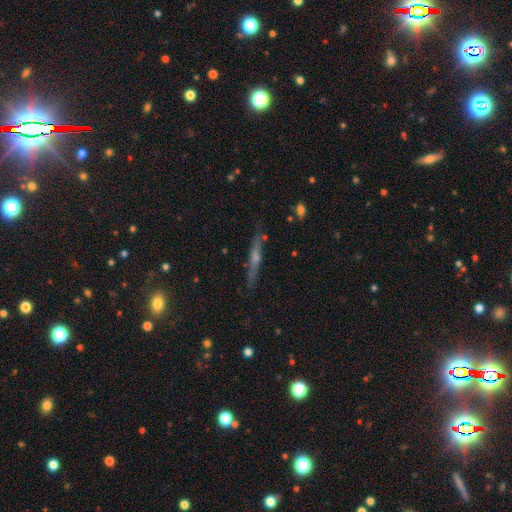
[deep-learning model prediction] Q: Smooth or featured?
A: featured or disk (63%); runner-up: smooth (28%)
Q: Edge-on disk?
A: yes (94%); runner-up: no (6%)
Q: Edge-on bulge?
A: rounded (66%); runner-up: none (26%)
Q: Merging?
A: none (84%); runner-up: minor disturbance (11%)